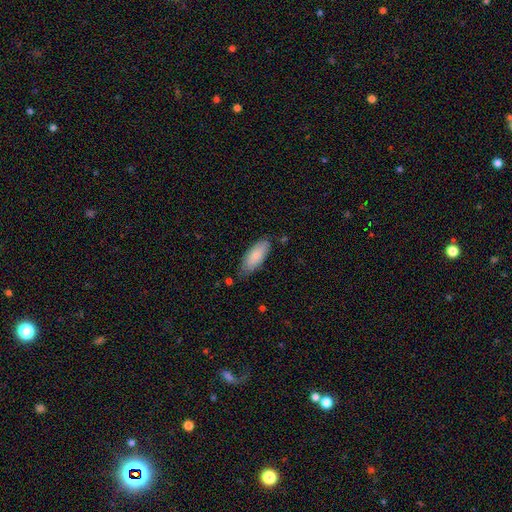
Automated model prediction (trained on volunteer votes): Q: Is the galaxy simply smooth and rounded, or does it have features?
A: smooth — 86%.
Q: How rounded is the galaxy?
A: in between — 77%.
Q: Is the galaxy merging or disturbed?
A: none — 75%.